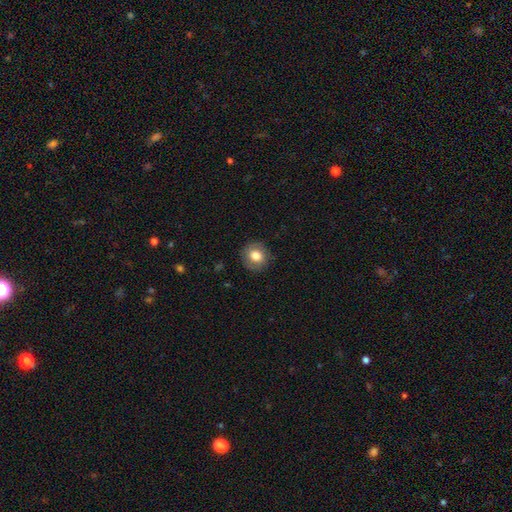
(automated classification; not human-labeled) A smooth galaxy with no disk features (78%) that is round (85%).

Vote fractions:
- Smooth or featured? smooth: 78% / featured or disk: 14% / star or artifact: 9%
- How rounded? round: 85% / in between: 14% / cigar-shaped: 1%
- Merging? none: 86% / minor disturbance: 10% / major disturbance: 3% / merger: 1%